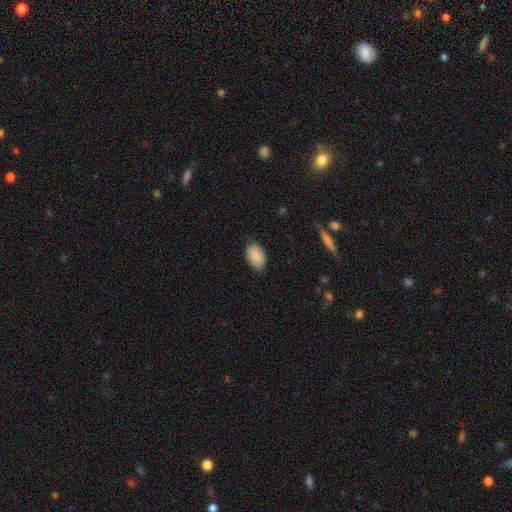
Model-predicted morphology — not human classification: Smooth or featured? Predicted: smooth (p=0.88). How rounded? Predicted: in between (p=0.91). Merging? Predicted: none (p=0.84).